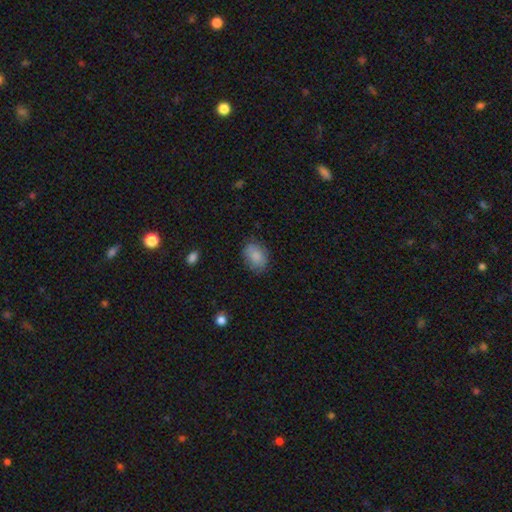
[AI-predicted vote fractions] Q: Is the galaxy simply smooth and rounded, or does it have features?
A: smooth — 85%.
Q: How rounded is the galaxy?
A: in between — 77%.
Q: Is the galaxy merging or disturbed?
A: none — 78%.